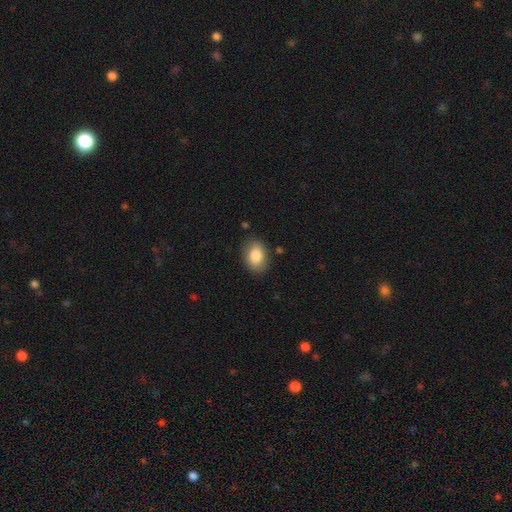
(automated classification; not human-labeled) Overall: smooth (84%). How rounded: in between (80%). Merging: none (84%).